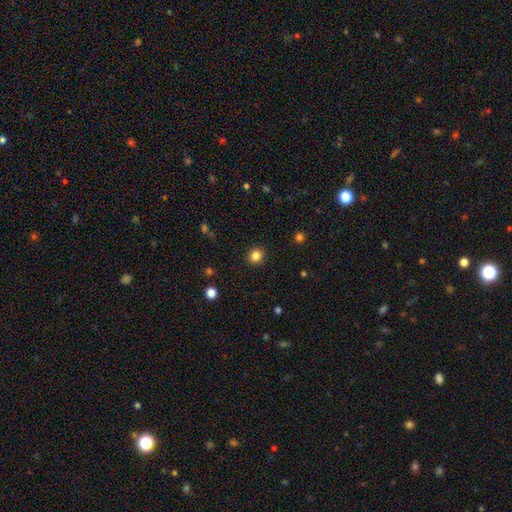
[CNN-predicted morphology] The model was most divided on "how rounded": round: 82%, in between: 18%, cigar-shaped: 1%. More confident: merging — none (91%); smooth or featured — smooth (84%).